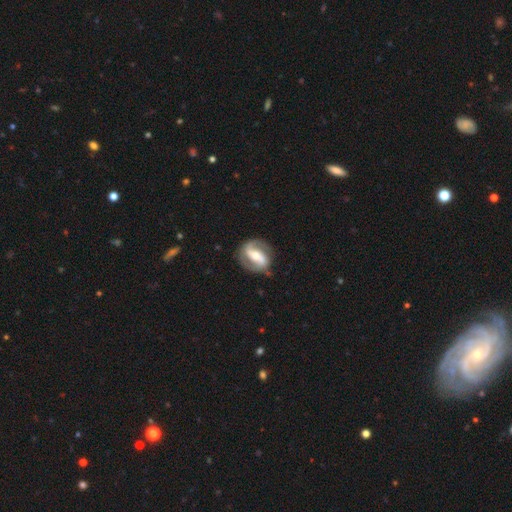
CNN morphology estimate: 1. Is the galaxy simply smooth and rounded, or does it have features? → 82% featured or disk, 13% smooth, 5% star or artifact.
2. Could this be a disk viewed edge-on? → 96% no, 4% yes.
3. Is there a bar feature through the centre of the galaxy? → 56% strong, 28% weak, 16% no.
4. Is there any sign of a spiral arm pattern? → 89% yes, 11% no.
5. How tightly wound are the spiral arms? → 45% medium, 30% tight, 26% loose.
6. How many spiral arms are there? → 88% 2, 5% can't tell, 4% 1, 1% 3, 1% 4, 1% more than 4.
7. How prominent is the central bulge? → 63% moderate, 28% small, 7% large, 1% none, 1% dominant.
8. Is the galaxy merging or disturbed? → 81% none, 13% minor disturbance, 5% major disturbance, 2% merger.